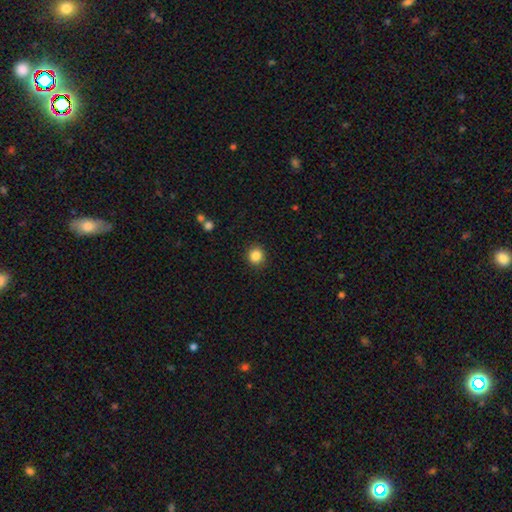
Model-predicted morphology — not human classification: smooth-or-featured: smooth: 86% | star or artifact: 11% | featured or disk: 4%
  how-rounded: round: 90% | in between: 9% | cigar-shaped: 1%
  merging: none: 91% | minor disturbance: 6% | major disturbance: 2% | merger: 1%